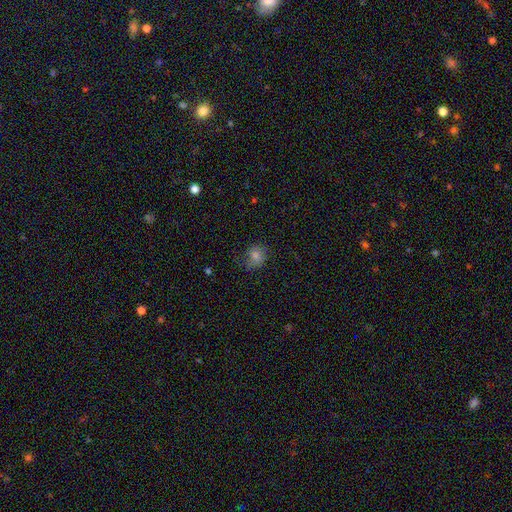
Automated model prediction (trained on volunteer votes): Overall: smooth (71%). How rounded: round (69%; in between 30%). Merging: none (64%; minor disturbance 24%).